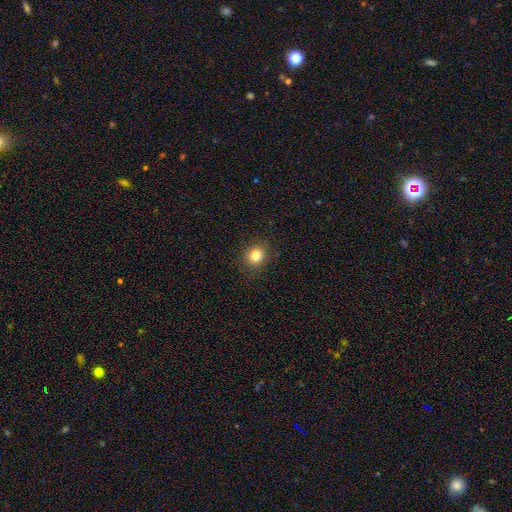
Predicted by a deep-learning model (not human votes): smooth 83%, star or artifact 11%, featured or disk 6%. Down the decision tree: how rounded — round (79%); merging — none (90%).